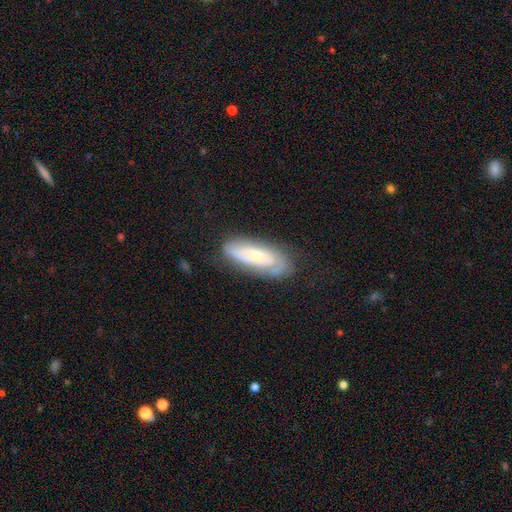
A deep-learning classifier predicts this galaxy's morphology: type=featured or disk (61%); edge-on=no (83%); bar=no (71%); spiral arms=yes (76%); bulge=small (57%); merging=none (70%).